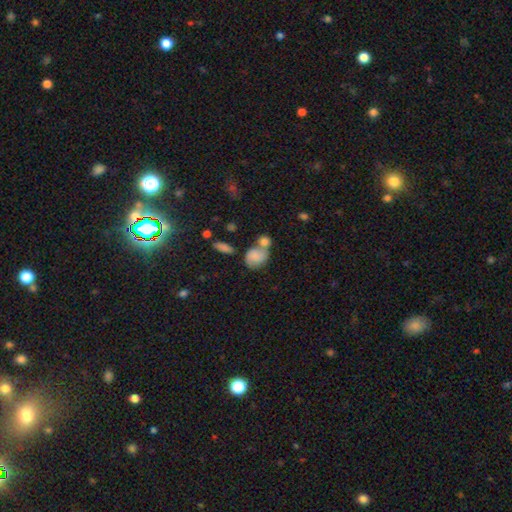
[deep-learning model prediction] This is likely a smooth galaxy (74%). How rounded: possibly round (49%, tied with in between). Merging: possibly merger (49%).